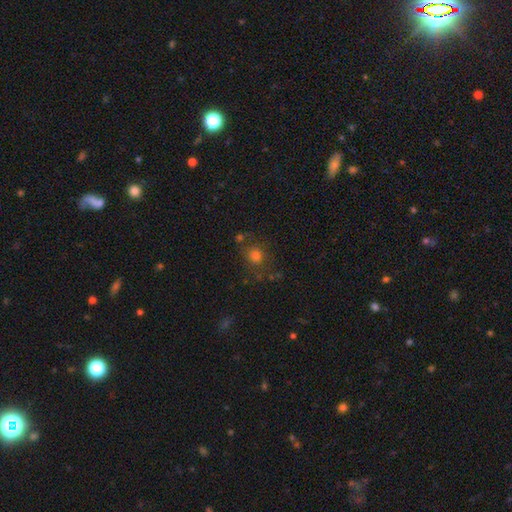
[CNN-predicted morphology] Smooth or featured? smooth (67%)
How rounded? round (81%)
Merging? none (70%)